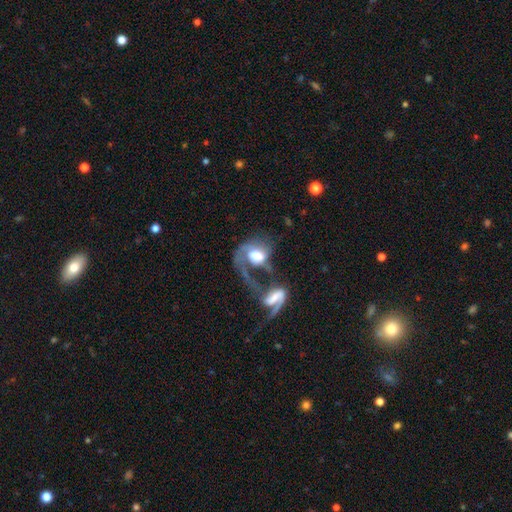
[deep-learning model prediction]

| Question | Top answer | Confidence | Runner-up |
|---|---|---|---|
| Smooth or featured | featured or disk | 59% | smooth (33%) |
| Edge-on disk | no | 96% | yes (4%) |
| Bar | no | 50% | weak (33%) |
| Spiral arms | yes | 71% | no (29%) |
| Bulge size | large | 44% | moderate (37%) |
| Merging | merger | 46% | major disturbance (32%) |